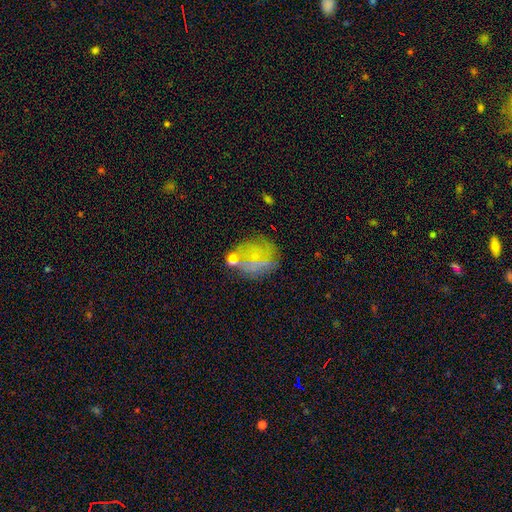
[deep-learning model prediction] A smooth galaxy with no disk features (43%).

Vote fractions:
- Smooth or featured? smooth: 43% / featured or disk: 36% / star or artifact: 20%
- Merging? none: 53% / minor disturbance: 20% / major disturbance: 15% / merger: 11%